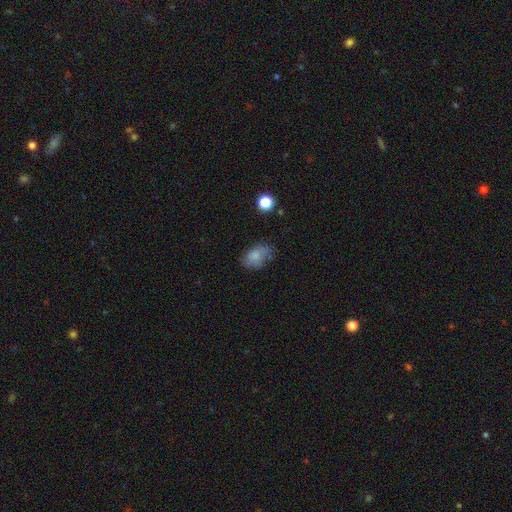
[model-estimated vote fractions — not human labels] Smooth or featured: smooth — 79% (featured or disk — 11%)
How rounded: in between — 86% (round — 13%)
Merging: none — 58% (minor disturbance — 30%)